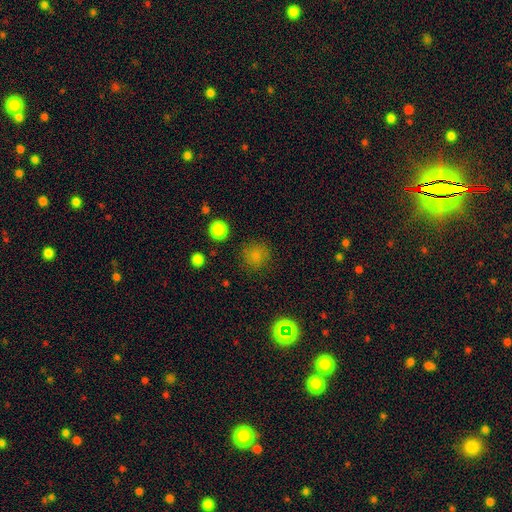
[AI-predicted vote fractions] This is likely a smooth galaxy (79%). How rounded: clearly round (92%). Merging: clearly none (83%).